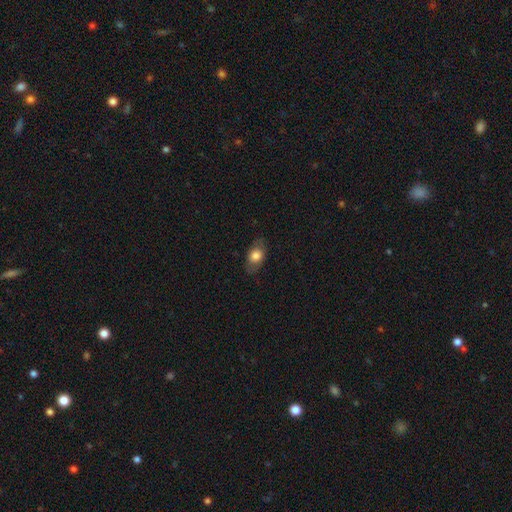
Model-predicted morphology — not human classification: Q: Smooth or featured?
A: smooth (72%); runner-up: featured or disk (21%)
Q: How rounded?
A: in between (80%); runner-up: round (17%)
Q: Merging?
A: none (78%); runner-up: minor disturbance (16%)